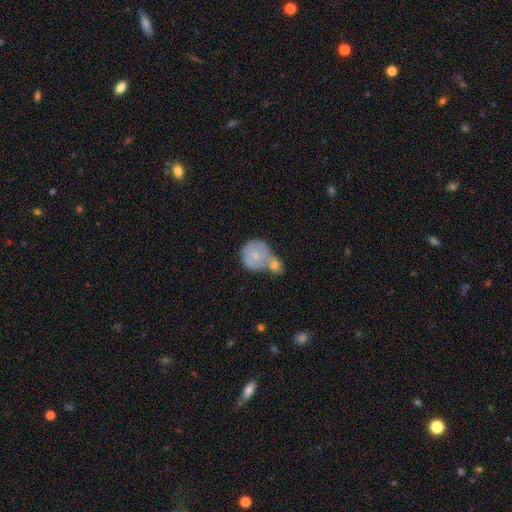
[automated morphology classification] smooth-or-featured: smooth: 63% | featured or disk: 31% | star or artifact: 6%
  how-rounded: round: 82% | in between: 17% | cigar-shaped: 1%
  merging: merger: 60% | none: 23% | minor disturbance: 11% | major disturbance: 6%